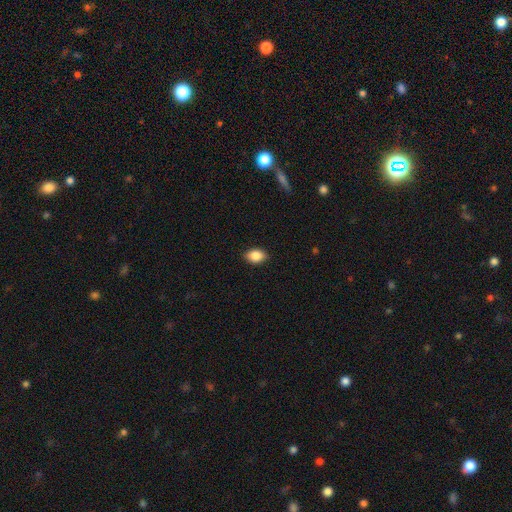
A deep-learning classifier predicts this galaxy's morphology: type=smooth (87%); roundness=in between (83%); merging=none (88%).